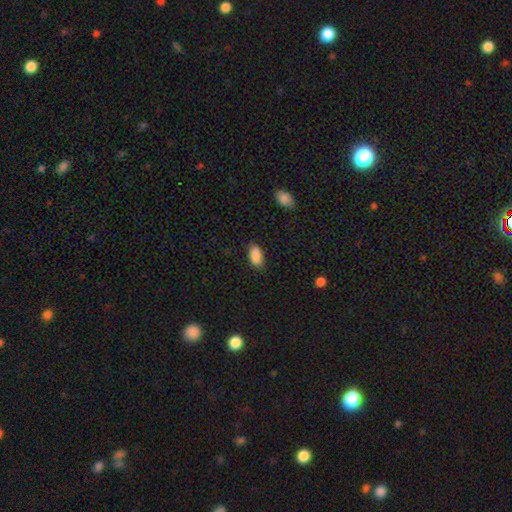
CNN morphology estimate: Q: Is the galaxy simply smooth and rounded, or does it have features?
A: smooth — 88%.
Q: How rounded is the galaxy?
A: in between — 93%.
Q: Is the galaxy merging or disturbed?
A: none — 80%.